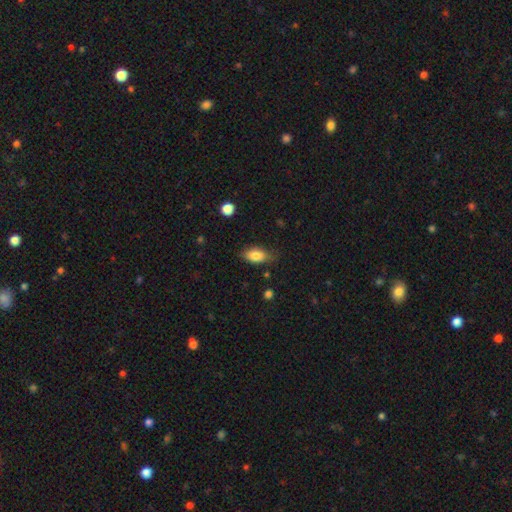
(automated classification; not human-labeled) smooth_or_featured: smooth (p=0.81) [alt: featured or disk p=0.12]
how_rounded: in between (p=0.88) [alt: round p=0.06]
merging: none (p=0.70) [alt: minor disturbance p=0.24]